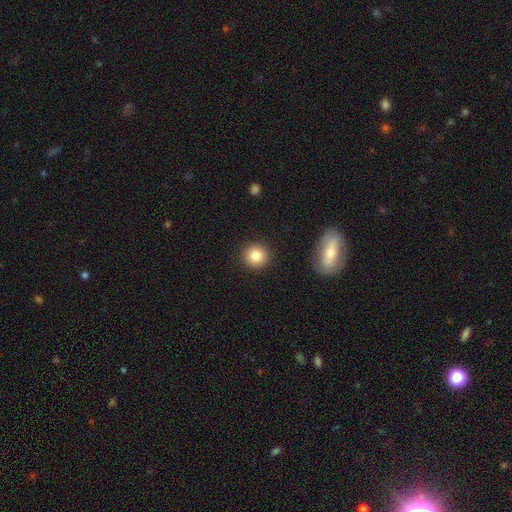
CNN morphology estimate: The model was most divided on "smooth or featured": smooth: 84%, star or artifact: 9%, featured or disk: 7%. More confident: how rounded — round (92%); merging — none (91%).